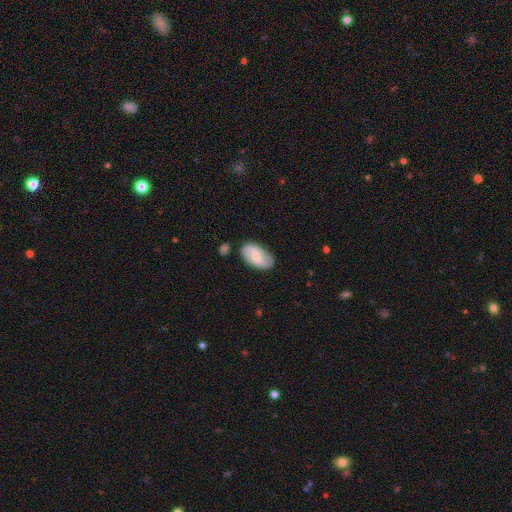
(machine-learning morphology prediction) This is possibly a smooth galaxy (48%). Merging: likely none (78%).